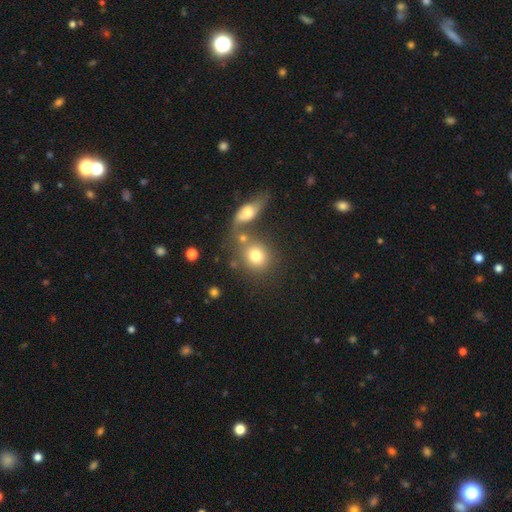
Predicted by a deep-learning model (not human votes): This appears to be a smooth galaxy with no disk features (75%) that is round (72%). Merging: none (49%).